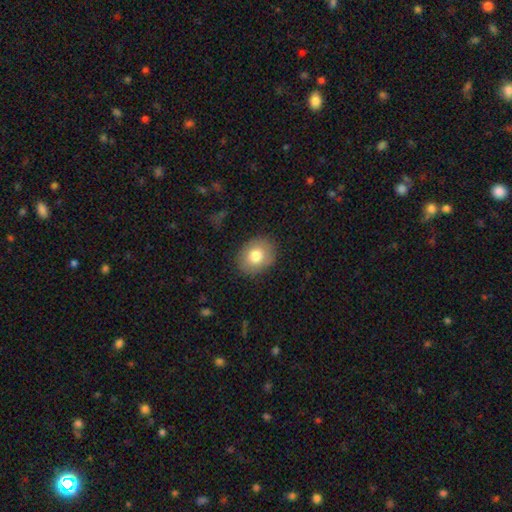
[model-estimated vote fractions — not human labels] Smooth or featured: smooth — 77% (featured or disk — 14%)
How rounded: in between — 50% (tied with round — 50%)
Merging: none — 85% (minor disturbance — 11%)